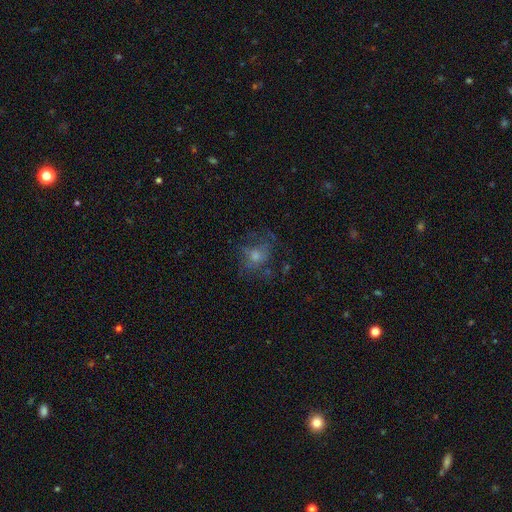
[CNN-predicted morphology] Overall: featured or disk (42%; smooth 36%). Merging: none (62%).